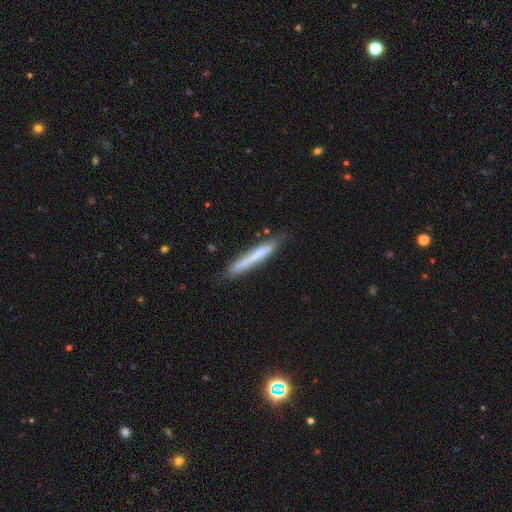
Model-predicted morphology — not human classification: A smooth galaxy with no disk features (61%) that is cigar-shaped (95%).

Vote fractions:
- Smooth or featured? smooth: 61% / featured or disk: 32% / star or artifact: 7%
- How rounded? cigar-shaped: 95% / in between: 4% / round: 1%
- Merging? none: 78% / minor disturbance: 16% / major disturbance: 3% / merger: 3%